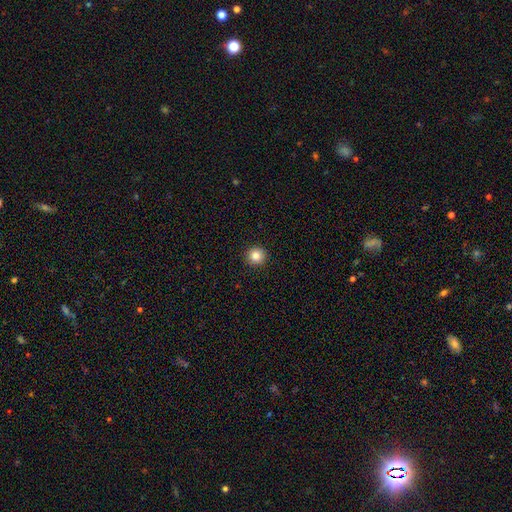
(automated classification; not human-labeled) Q: Smooth or featured?
A: smooth (83%); runner-up: star or artifact (11%)
Q: How rounded?
A: round (96%); runner-up: in between (3%)
Q: Merging?
A: none (93%); runner-up: minor disturbance (4%)